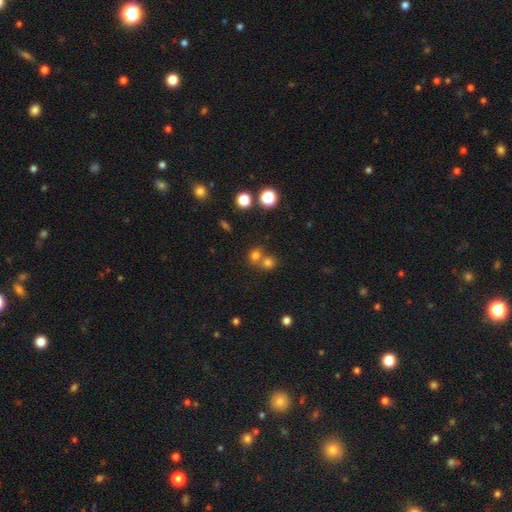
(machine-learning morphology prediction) Smooth or featured: smooth — 71% (star or artifact — 21%)
How rounded: round — 80% (in between — 19%)
Merging: none — 50% (merger — 41%)